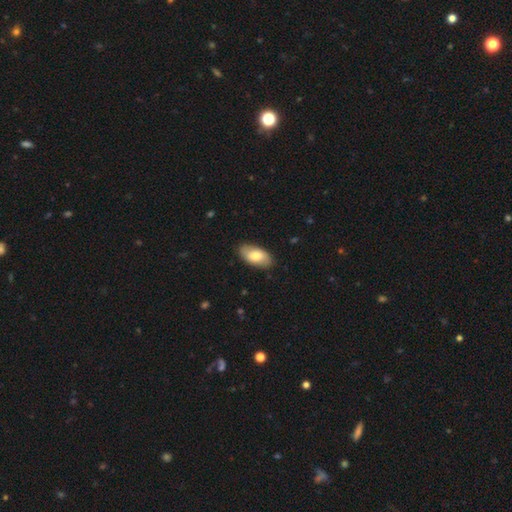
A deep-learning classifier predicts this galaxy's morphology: Q: Smooth or featured?
A: smooth (73%); runner-up: featured or disk (22%)
Q: How rounded?
A: in between (94%); runner-up: cigar-shaped (3%)
Q: Merging?
A: none (85%); runner-up: minor disturbance (11%)